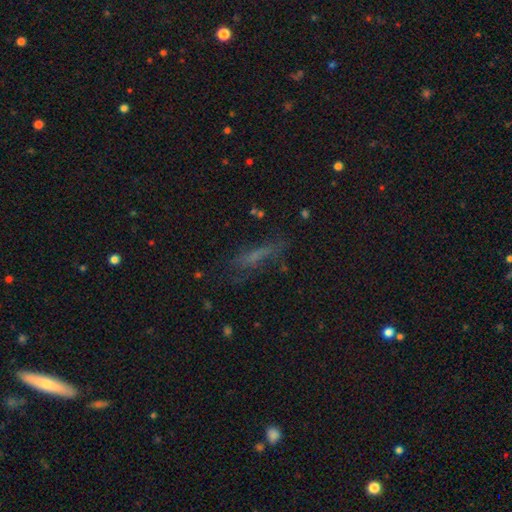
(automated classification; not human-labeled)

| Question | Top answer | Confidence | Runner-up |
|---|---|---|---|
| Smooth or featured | smooth | 48% | featured or disk (29%) |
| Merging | none | 60% | minor disturbance (22%) |